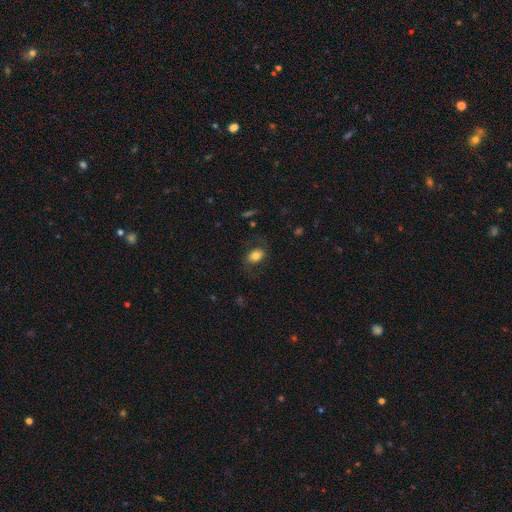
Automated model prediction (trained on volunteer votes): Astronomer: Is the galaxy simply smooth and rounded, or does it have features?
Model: smooth — 72%.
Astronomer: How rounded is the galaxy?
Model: in between — 78%.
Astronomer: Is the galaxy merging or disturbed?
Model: none — 73%.